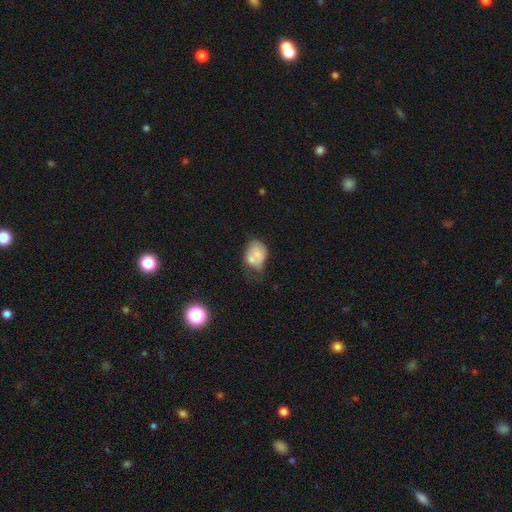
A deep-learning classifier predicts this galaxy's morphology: smooth_or_featured: smooth (p=0.66) [alt: featured or disk p=0.25]
how_rounded: in between (p=0.69) [alt: round p=0.30]
merging: merger (p=0.32) [alt: none p=0.28]